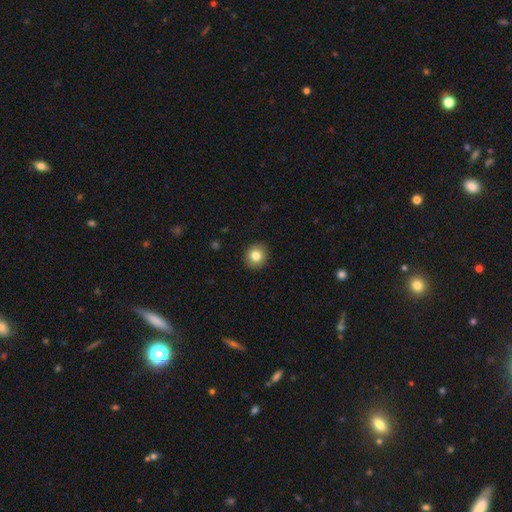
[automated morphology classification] Overall: smooth (82%). How rounded: round (88%). Merging: none (92%).